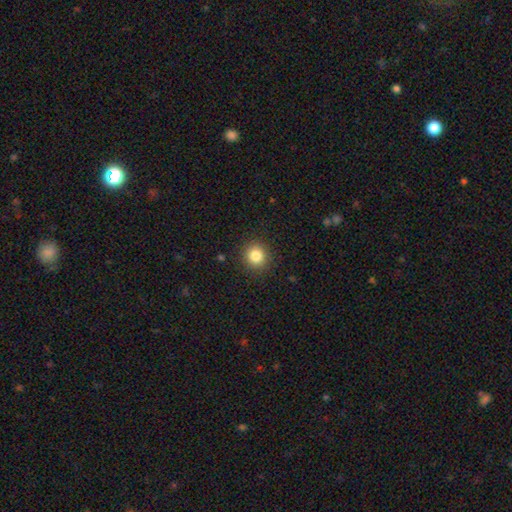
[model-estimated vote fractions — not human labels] Q: Smooth or featured?
A: smooth (84%); runner-up: star or artifact (11%)
Q: How rounded?
A: round (90%); runner-up: in between (9%)
Q: Merging?
A: none (91%); runner-up: minor disturbance (6%)